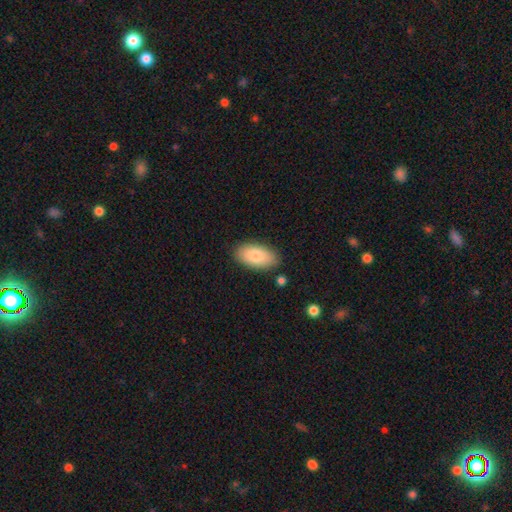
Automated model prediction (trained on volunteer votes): Q: Smooth or featured?
A: smooth (83%); runner-up: featured or disk (12%)
Q: How rounded?
A: in between (94%); runner-up: round (3%)
Q: Merging?
A: none (84%); runner-up: minor disturbance (11%)